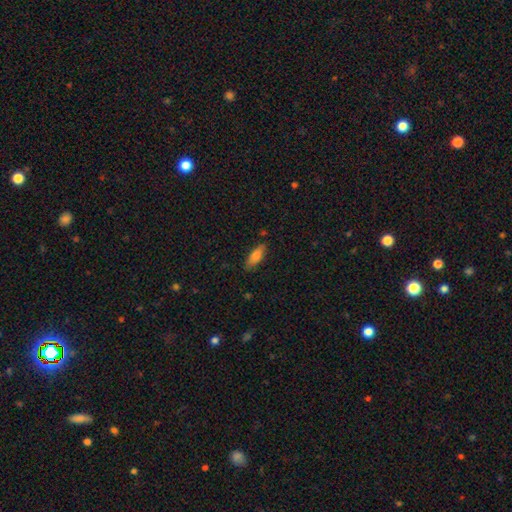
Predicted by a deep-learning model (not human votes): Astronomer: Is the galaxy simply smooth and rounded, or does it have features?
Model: smooth — 79%.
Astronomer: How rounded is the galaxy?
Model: in between — 70%.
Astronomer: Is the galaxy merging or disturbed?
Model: none — 82%.